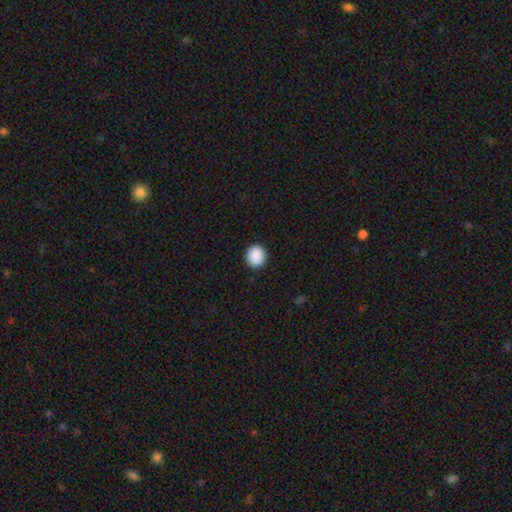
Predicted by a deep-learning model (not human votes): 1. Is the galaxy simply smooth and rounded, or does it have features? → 89% smooth, 8% star or artifact, 3% featured or disk.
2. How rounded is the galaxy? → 88% round, 11% in between, 1% cigar-shaped.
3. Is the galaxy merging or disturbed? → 92% none, 5% minor disturbance, 2% major disturbance, 1% merger.